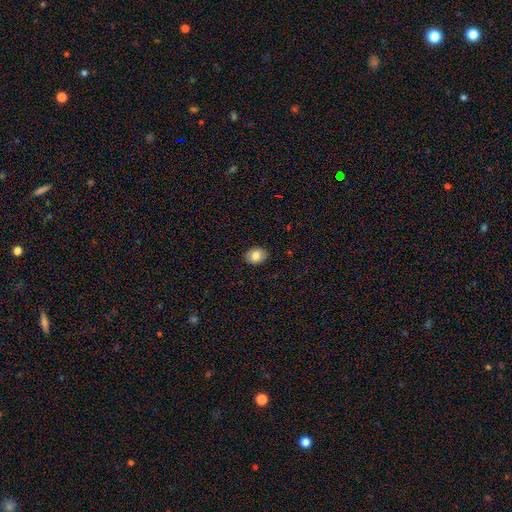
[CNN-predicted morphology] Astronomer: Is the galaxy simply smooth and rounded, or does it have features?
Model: smooth — 81%.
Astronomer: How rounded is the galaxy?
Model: in between — 66%.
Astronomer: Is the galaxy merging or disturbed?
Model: none — 90%.